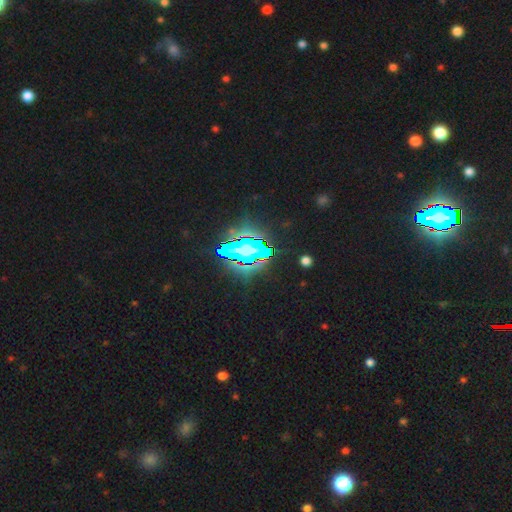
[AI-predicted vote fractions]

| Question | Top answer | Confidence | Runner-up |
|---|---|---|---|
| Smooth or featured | star or artifact | 61% | smooth (20%) |